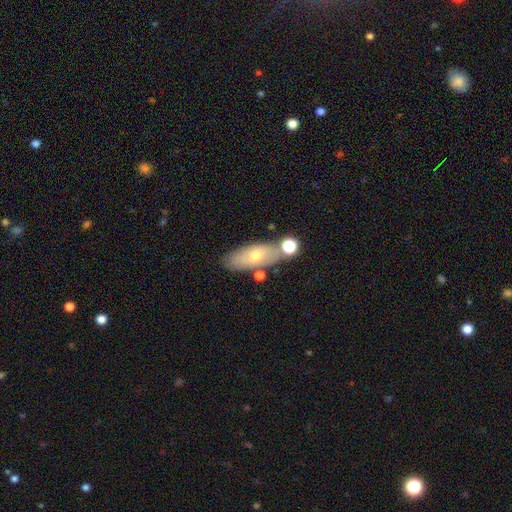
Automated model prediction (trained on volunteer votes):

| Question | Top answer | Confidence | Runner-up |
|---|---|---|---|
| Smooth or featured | smooth | 57% | featured or disk (34%) |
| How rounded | in between | 71% | cigar-shaped (25%) |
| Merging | none | 69% | minor disturbance (15%) |